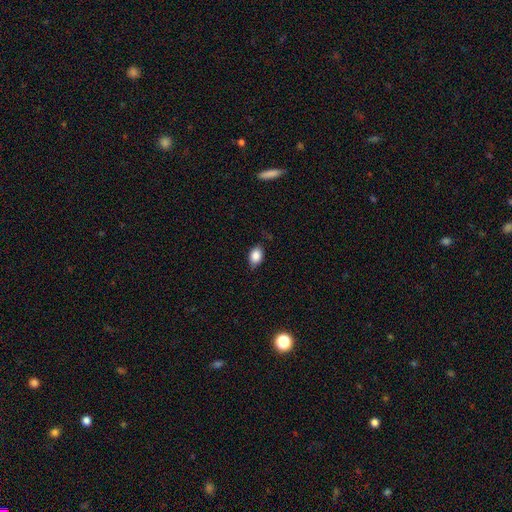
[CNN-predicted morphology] Smooth or featured? smooth (86%)
How rounded? in between (82%)
Merging? none (78%)